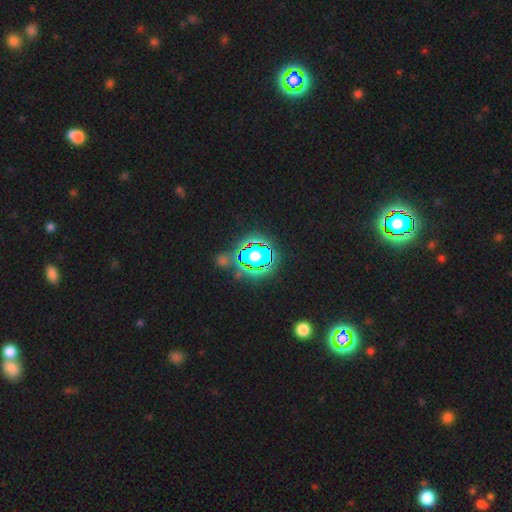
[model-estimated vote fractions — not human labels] smooth-or-featured: star or artifact: 80% | smooth: 13% | featured or disk: 7%